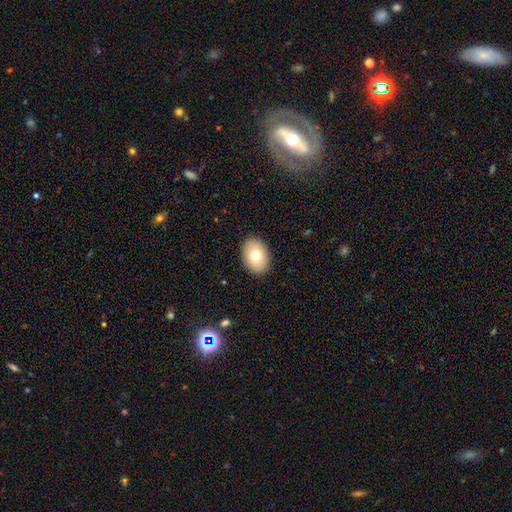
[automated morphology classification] Smooth or featured? Predicted: smooth (p=0.75). How rounded? Predicted: in between (p=0.83). Merging? Predicted: none (p=0.90).